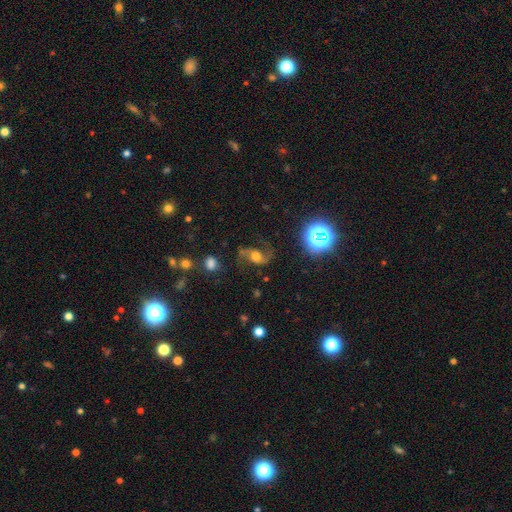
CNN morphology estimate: Q: Smooth or featured?
A: featured or disk (74%); runner-up: star or artifact (15%)
Q: Edge-on disk?
A: no (96%); runner-up: yes (4%)
Q: Bar?
A: no (54%); runner-up: weak (33%)
Q: Spiral arms?
A: yes (95%); runner-up: no (5%)
Q: Spiral winding?
A: loose (59%); runner-up: medium (34%)
Q: Spiral arm count?
A: 2 (91%); runner-up: 1 (3%)
Q: Bulge size?
A: moderate (59%); runner-up: large (21%)
Q: Merging?
A: none (74%); runner-up: minor disturbance (14%)